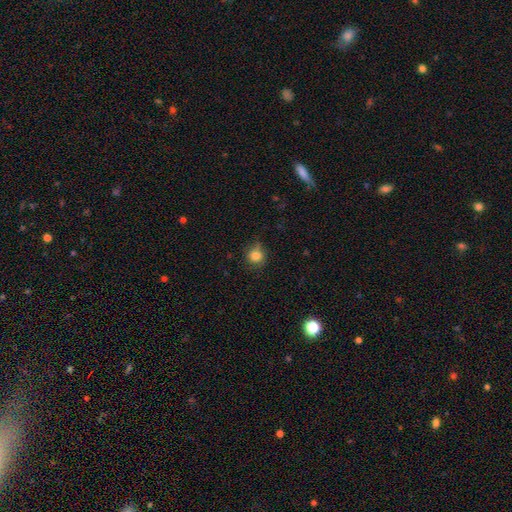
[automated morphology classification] smooth 82%, star or artifact 11%, featured or disk 6%. Down the decision tree: how rounded — round (87%); merging — none (70%).